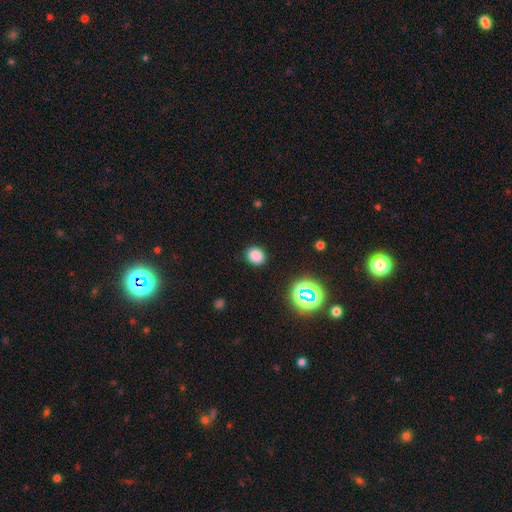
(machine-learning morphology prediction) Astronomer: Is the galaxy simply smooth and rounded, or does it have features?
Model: smooth — 80%.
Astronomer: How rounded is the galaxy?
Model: round — 60% (runner-up: in between, 39%).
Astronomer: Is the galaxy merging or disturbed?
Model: none — 87%.